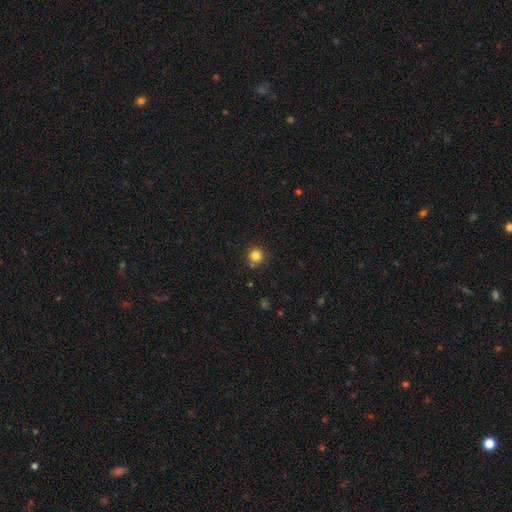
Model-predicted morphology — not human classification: A smooth galaxy with no disk features (83%) that is round (94%).

Vote fractions:
- Smooth or featured? smooth: 83% / star or artifact: 12% / featured or disk: 5%
- How rounded? round: 94% / in between: 6% / cigar-shaped: 1%
- Merging? none: 81% / minor disturbance: 10% / merger: 6% / major disturbance: 3%